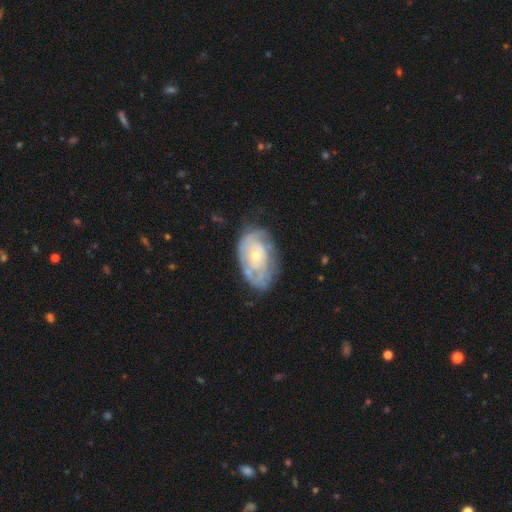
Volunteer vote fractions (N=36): A featured or disk galaxy (72%) with no bar (83%), 2 (43%, tied with can't tell) tight (50%, tied with medium) spiral arms (58%) and a small central bulge (67%).

Vote fractions:
- Smooth or featured? featured or disk: 72% / smooth: 25% / star or artifact: 3%
- Edge-on disk? no: 92% / yes: 8%
- Bar? no: 83% / weak: 12% / strong: 4%
- Spiral arms? yes: 58% / no: 42%
- Spiral winding? tight: 50% (tied) / medium: 50% (tied) / loose: 0%
- Spiral arm count? 2: 43% (tied) / can't tell: 43% (tied) / 1: 14% / 3: 0% / 4: 0% / more than 4: 0%
- Bulge size? small: 67% / moderate: 25% / none: 8% / dominant: 0% / large: 0%
- Merging? none: 63% / minor disturbance: 20% / major disturbance: 14% / merger: 3%